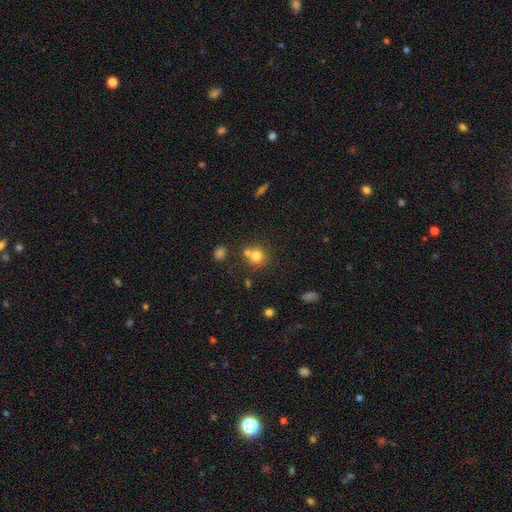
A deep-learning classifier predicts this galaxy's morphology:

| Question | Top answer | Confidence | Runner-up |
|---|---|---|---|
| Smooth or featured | smooth | 76% | star or artifact (13%) |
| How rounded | round | 85% | in between (14%) |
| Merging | none | 52% | merger (36%) |